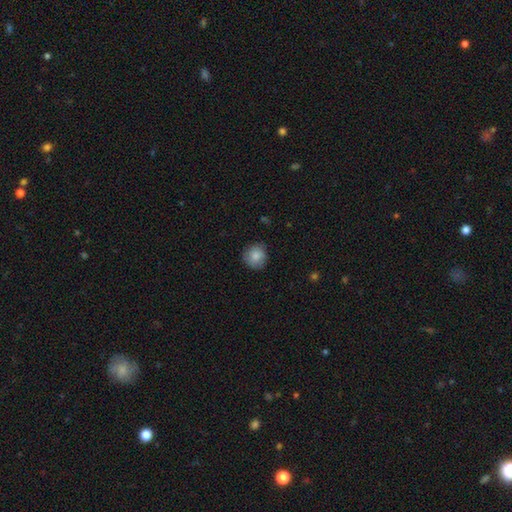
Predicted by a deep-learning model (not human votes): smooth-or-featured: smooth: 82% | featured or disk: 11% | star or artifact: 8%
  how-rounded: round: 89% | in between: 10% | cigar-shaped: 1%
  merging: none: 78% | minor disturbance: 17% | major disturbance: 3% | merger: 1%